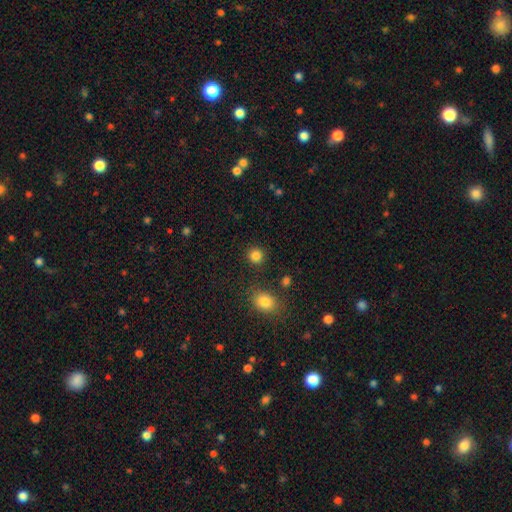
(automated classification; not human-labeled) Q: Smooth or featured?
A: smooth (85%); runner-up: star or artifact (11%)
Q: How rounded?
A: round (90%); runner-up: in between (9%)
Q: Merging?
A: none (88%); runner-up: minor disturbance (6%)